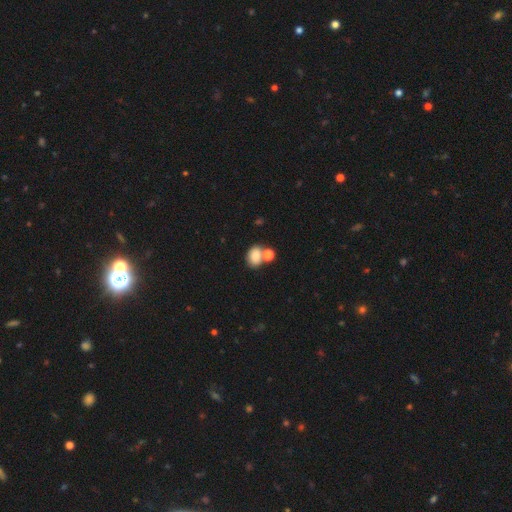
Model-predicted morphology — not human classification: A smooth galaxy with no disk features (82%) that is in between round and cigar-shaped (67%). Merging: none (45%).